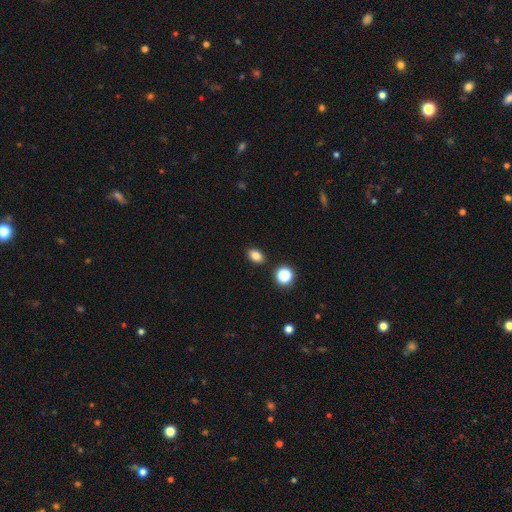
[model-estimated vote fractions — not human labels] Smooth or featured?
  - smooth: 82% *
  - star or artifact: 12%
  - featured or disk: 6%
How rounded?
  - in between: 76% *
  - round: 23%
  - cigar-shaped: 1%
Merging?
  - none: 86% *
  - minor disturbance: 8%
  - merger: 3%
  - major disturbance: 2%